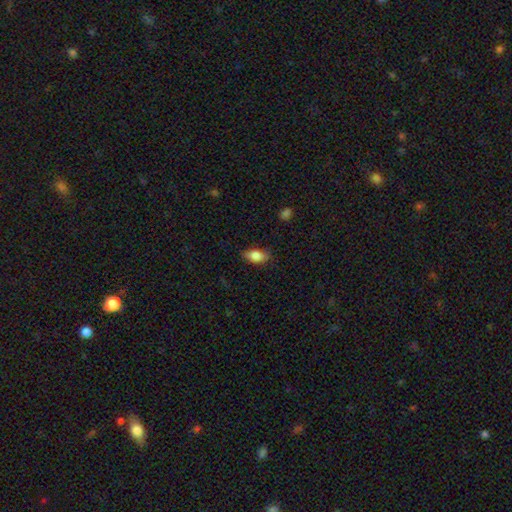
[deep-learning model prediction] Q: Smooth or featured?
A: smooth (82%); runner-up: featured or disk (10%)
Q: How rounded?
A: in between (86%); runner-up: round (7%)
Q: Merging?
A: none (79%); runner-up: minor disturbance (16%)